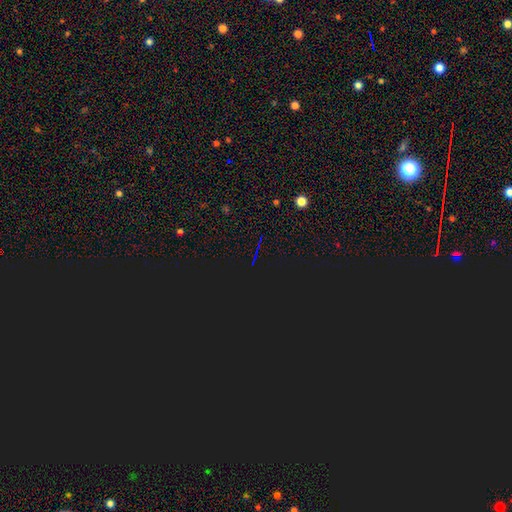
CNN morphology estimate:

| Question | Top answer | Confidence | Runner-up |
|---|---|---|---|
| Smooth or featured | star or artifact | 81% | smooth (10%) |